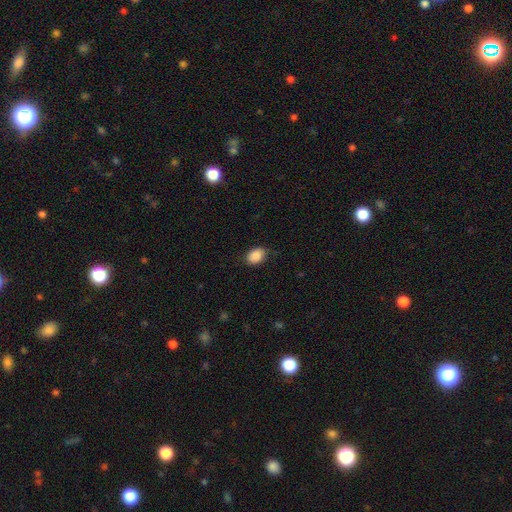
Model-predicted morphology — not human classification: smooth-or-featured: smooth: 89% | star or artifact: 8% | featured or disk: 4%
  how-rounded: in between: 72% | round: 27% | cigar-shaped: 1%
  merging: none: 77% | minor disturbance: 18% | major disturbance: 4% | merger: 1%